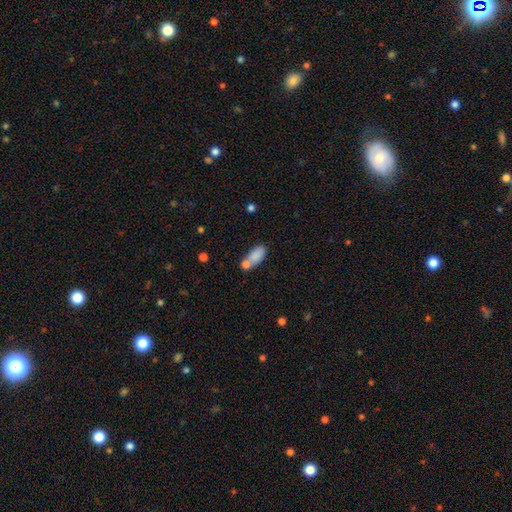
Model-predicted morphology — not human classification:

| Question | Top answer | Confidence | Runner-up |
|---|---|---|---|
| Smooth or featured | smooth | 82% | featured or disk (10%) |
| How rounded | in between | 87% | cigar-shaped (8%) |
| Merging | none | 45% | merger (34%) |